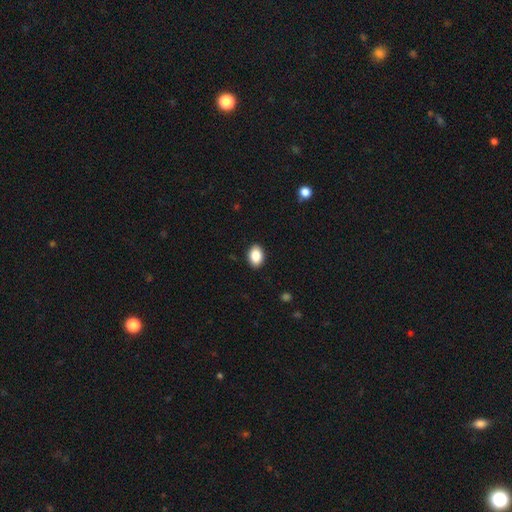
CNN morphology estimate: Smooth or featured?
  - smooth: 88% *
  - star or artifact: 8%
  - featured or disk: 5%
How rounded?
  - in between: 83% *
  - round: 16%
  - cigar-shaped: 1%
Merging?
  - none: 90% *
  - minor disturbance: 7%
  - major disturbance: 2%
  - merger: 1%